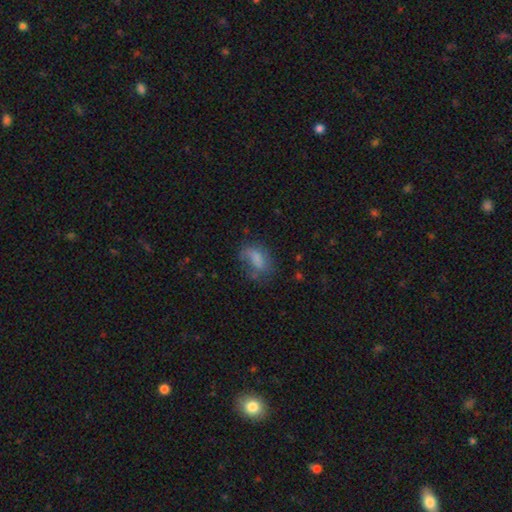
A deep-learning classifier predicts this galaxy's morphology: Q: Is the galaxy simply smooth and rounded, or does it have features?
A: smooth — 61%.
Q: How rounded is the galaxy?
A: in between — 82%.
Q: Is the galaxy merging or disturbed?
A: none — 55%.